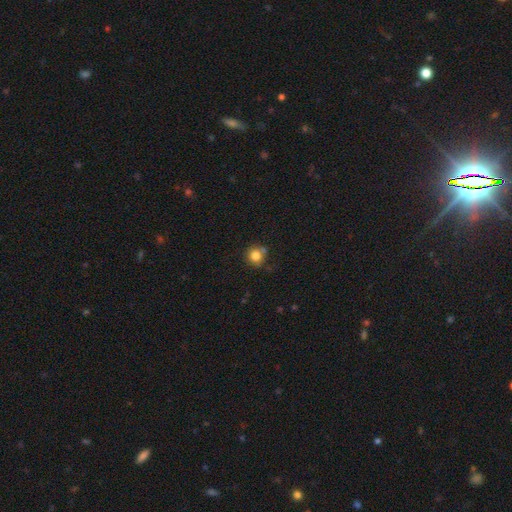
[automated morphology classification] smooth-or-featured: smooth: 81% | star or artifact: 11% | featured or disk: 7%
  how-rounded: round: 91% | in between: 8% | cigar-shaped: 1%
  merging: none: 73% | minor disturbance: 14% | merger: 9% | major disturbance: 3%